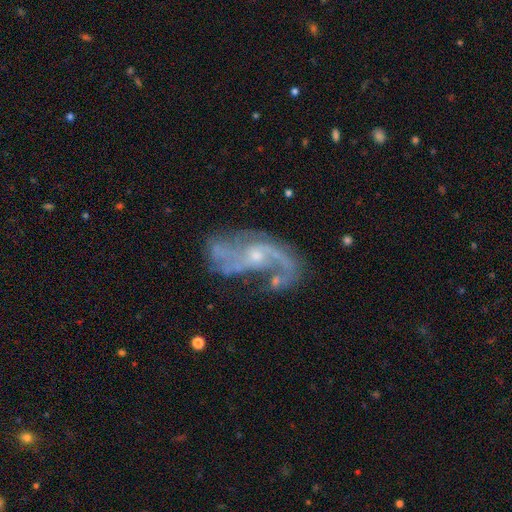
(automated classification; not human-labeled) smooth_or_featured: featured or disk (p=0.86) [alt: star or artifact p=0.08]
disk_edge_on: no (p=0.96) [alt: yes p=0.04]
bar: no (p=0.57) [alt: weak p=0.34]
has_spiral_arms: yes (p=0.93) [alt: no p=0.07]
spiral_winding: loose (p=0.59) [alt: medium p=0.32]
spiral_arm_count: 2 (p=0.69) [alt: 3 p=0.09]
bulge_size: small (p=0.66) [alt: moderate p=0.27]
merging: none (p=0.50) [alt: major disturbance p=0.21]